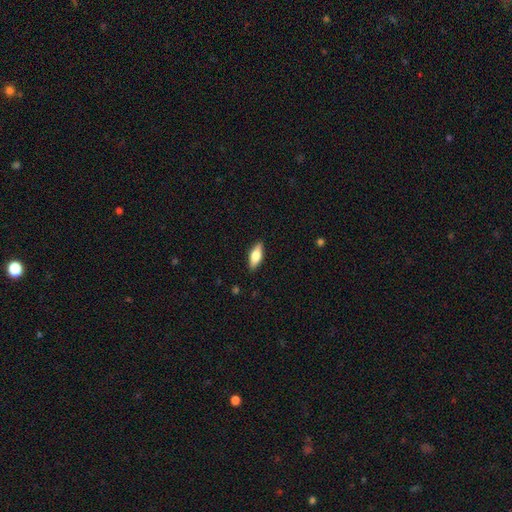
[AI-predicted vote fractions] Smooth or featured? smooth (72%)
How rounded? in between (73%)
Merging? none (88%)